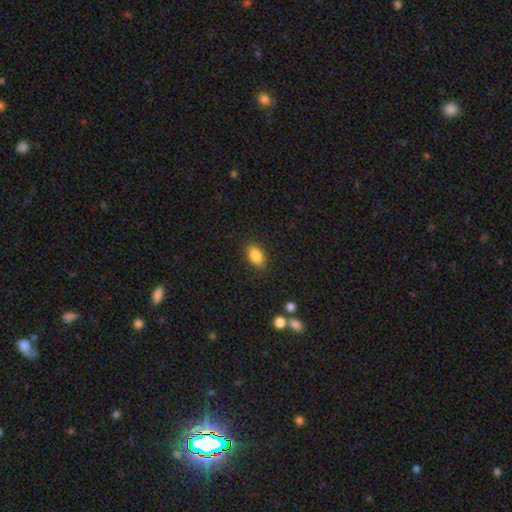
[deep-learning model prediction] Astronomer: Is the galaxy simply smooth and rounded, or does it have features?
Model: smooth — 86%.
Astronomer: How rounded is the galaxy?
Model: in between — 85%.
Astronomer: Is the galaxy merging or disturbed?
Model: none — 86%.